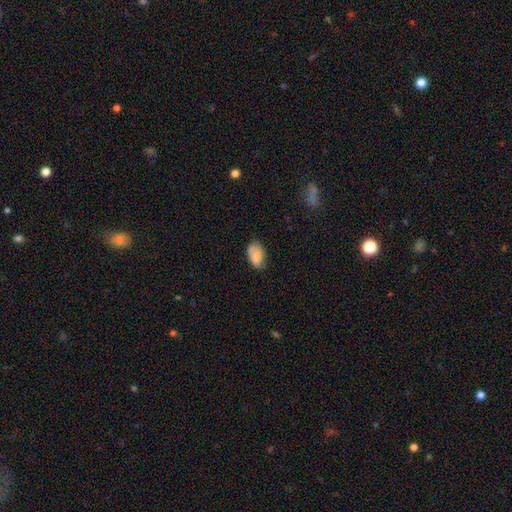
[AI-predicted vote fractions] Smooth or featured? smooth (79%)
How rounded? in between (93%)
Merging? none (64%)